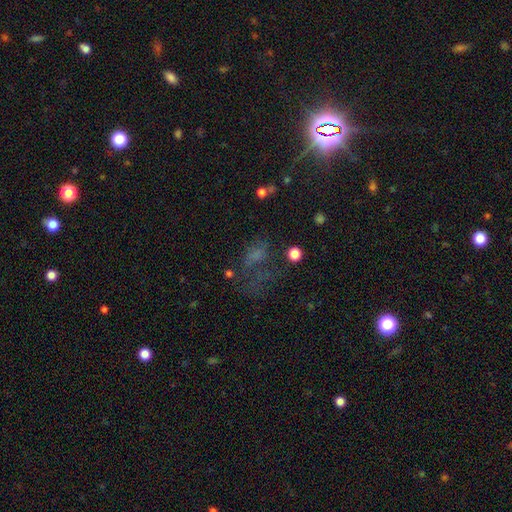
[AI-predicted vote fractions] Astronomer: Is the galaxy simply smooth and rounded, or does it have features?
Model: smooth — 42% (runner-up: star or artifact, 31%).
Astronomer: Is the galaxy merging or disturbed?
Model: major disturbance — 42% (runner-up: none, 33%).